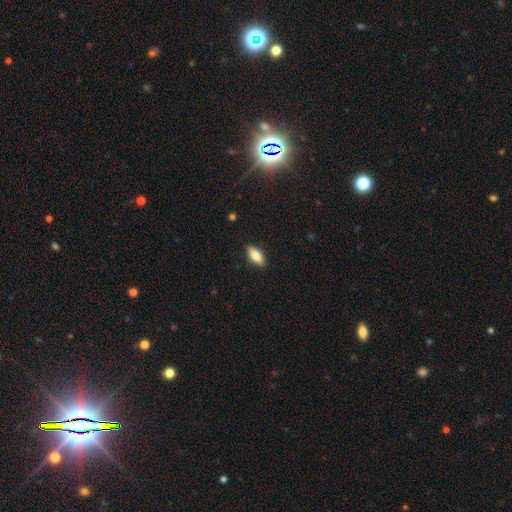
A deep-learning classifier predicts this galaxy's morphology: The model was most divided on "smooth or featured": smooth: 77%, featured or disk: 16%, star or artifact: 7%. More confident: merging — none (89%); how rounded — in between (81%).